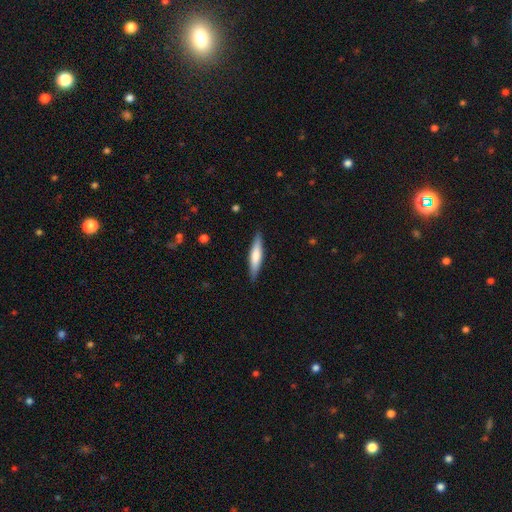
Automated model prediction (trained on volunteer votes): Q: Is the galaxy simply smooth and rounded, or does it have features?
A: smooth — 60%.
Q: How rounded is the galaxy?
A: cigar-shaped — 84%.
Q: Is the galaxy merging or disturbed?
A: none — 89%.